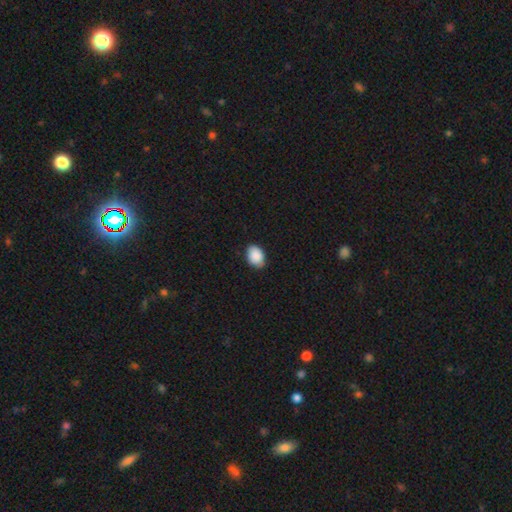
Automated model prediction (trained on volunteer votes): This is clearly a smooth galaxy (89%). How rounded: likely in between (79%). Merging: clearly none (81%).